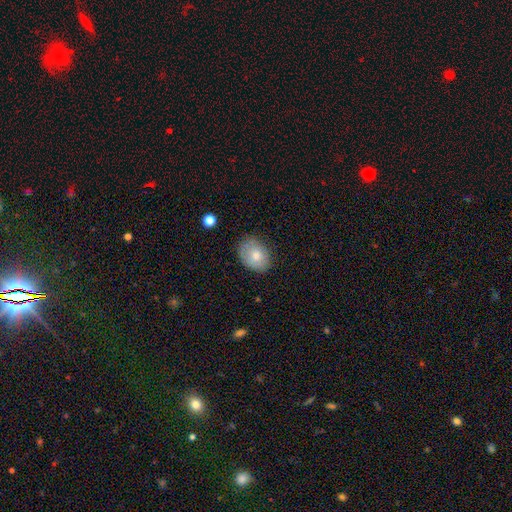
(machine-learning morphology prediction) Smooth or featured? smooth (74%)
How rounded? in between (67%)
Merging? none (75%)